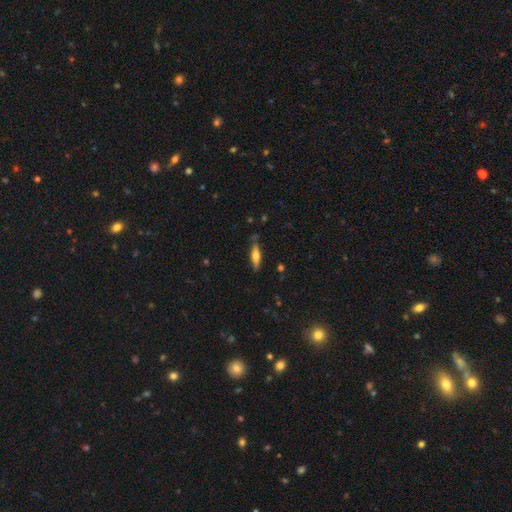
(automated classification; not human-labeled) This appears to be a smooth galaxy with no disk features (48%). Merging: none (78%).